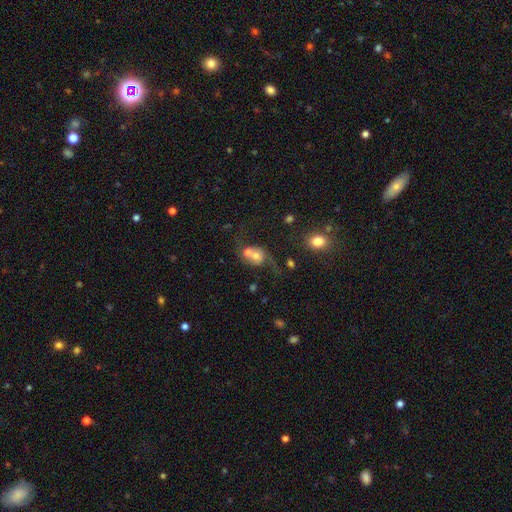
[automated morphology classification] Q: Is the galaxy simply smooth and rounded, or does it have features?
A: smooth — 49%.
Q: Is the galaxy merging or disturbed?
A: merger — 59%.